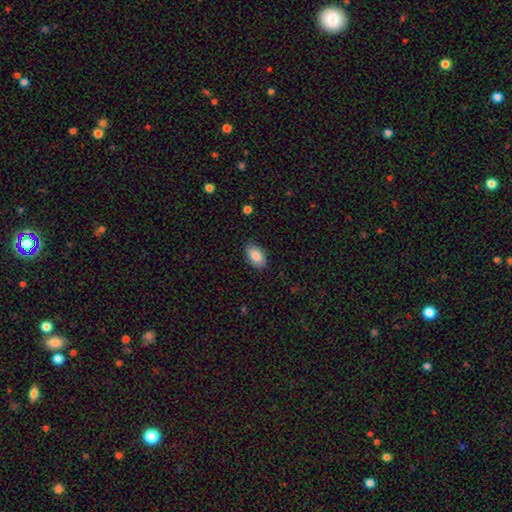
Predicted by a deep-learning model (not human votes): Smooth or featured? Predicted: smooth (p=0.85). How rounded? Predicted: in between (p=0.92). Merging? Predicted: none (p=0.84).